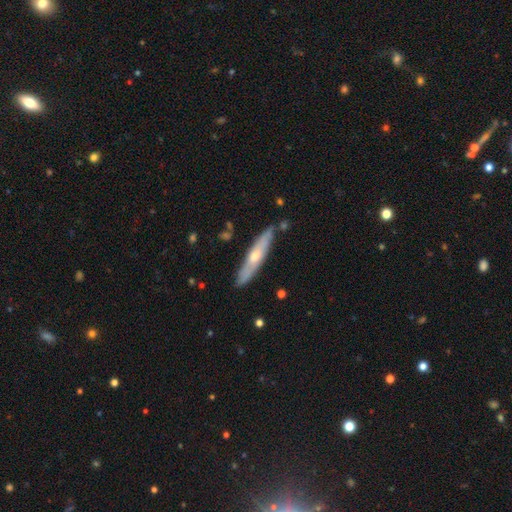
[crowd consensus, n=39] Smooth or featured: featured or disk — 72% (smooth — 23%)
Edge-on disk: yes — 89% (no — 11%)
Edge-on bulge: rounded — 96% (none — 4%)
Merging: none — 86% (minor disturbance — 14%)